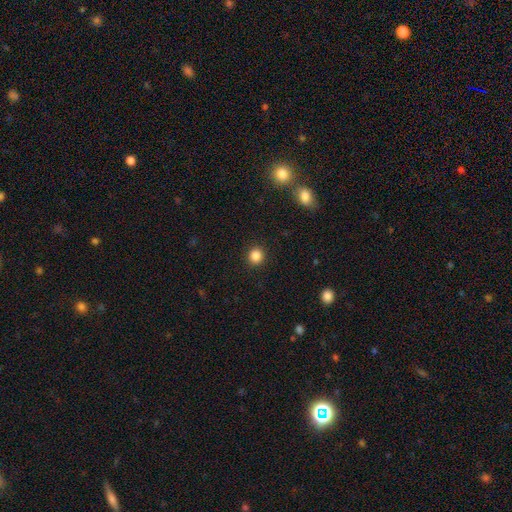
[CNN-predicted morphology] smooth_or_featured: smooth (p=0.85) [alt: star or artifact p=0.11]
how_rounded: round (p=0.90) [alt: in between p=0.09]
merging: none (p=0.92) [alt: minor disturbance p=0.05]